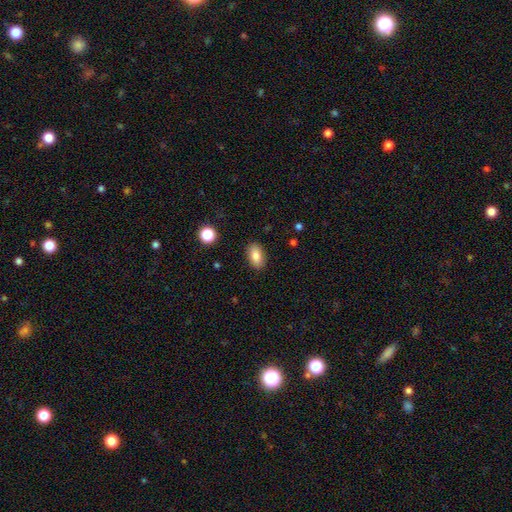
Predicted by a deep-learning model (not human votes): Smooth or featured: smooth — 84% (star or artifact — 8%)
How rounded: in between — 91% (round — 6%)
Merging: none — 88% (minor disturbance — 9%)